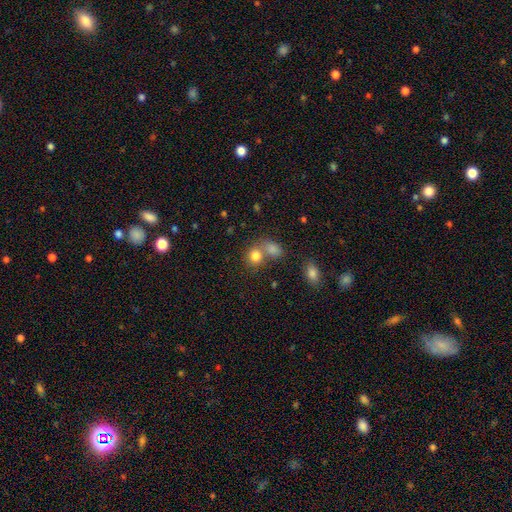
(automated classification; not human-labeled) A smooth galaxy with no disk features (81%) that is round (68%).

Vote fractions:
- Smooth or featured? smooth: 81% / star or artifact: 12% / featured or disk: 8%
- How rounded? round: 68% / in between: 30% / cigar-shaped: 1%
- Merging? none: 47% / merger: 39% / minor disturbance: 9% / major disturbance: 4%